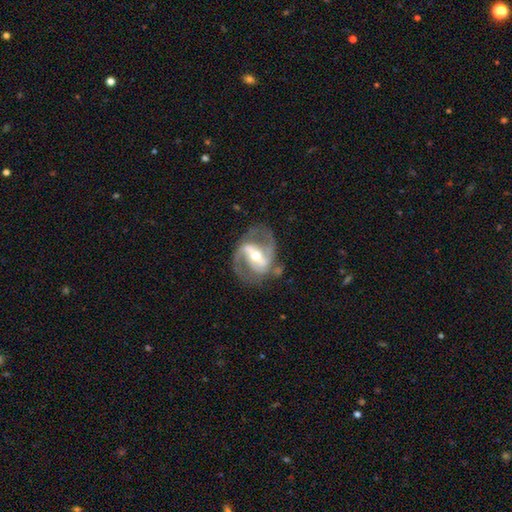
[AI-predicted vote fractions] Overall: featured or disk (89%). Edge-on disk: no (96%). Bar: strong (57%; weak 30%). Spiral arms: yes (95%). Spiral arm count: 2 (87%). Spiral winding: medium (55%; loose 26%). Bulge size: moderate (60%; small 34%). Merging: none (69%).